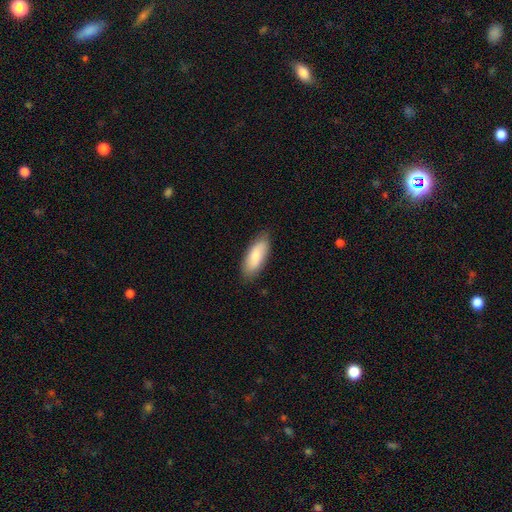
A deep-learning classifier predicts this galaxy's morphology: Smooth or featured?
  - smooth: 82% *
  - featured or disk: 13%
  - star or artifact: 5%
How rounded?
  - in between: 78% *
  - cigar-shaped: 20%
  - round: 2%
Merging?
  - none: 83% *
  - minor disturbance: 13%
  - major disturbance: 2%
  - merger: 1%